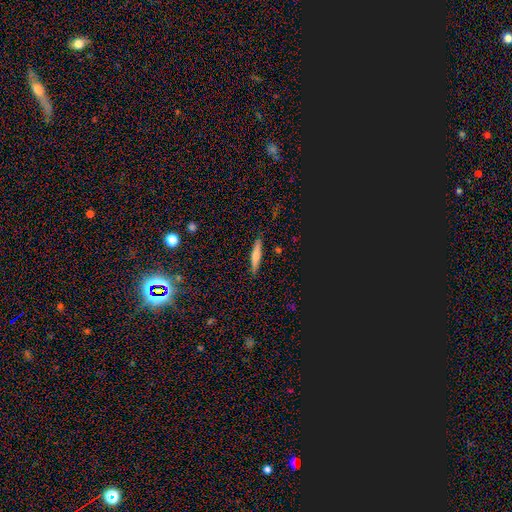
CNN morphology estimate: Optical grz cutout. It shows a smooth galaxy with no disk features (62%) that is cigar-shaped (87%). Merging: none (88%).